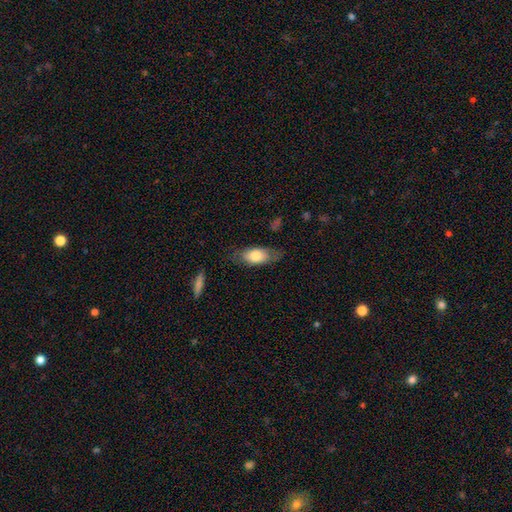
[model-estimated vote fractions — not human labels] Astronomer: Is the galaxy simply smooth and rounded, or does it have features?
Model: smooth — 75%.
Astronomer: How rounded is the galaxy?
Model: in between — 84%.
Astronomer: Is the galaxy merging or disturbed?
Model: none — 70%.